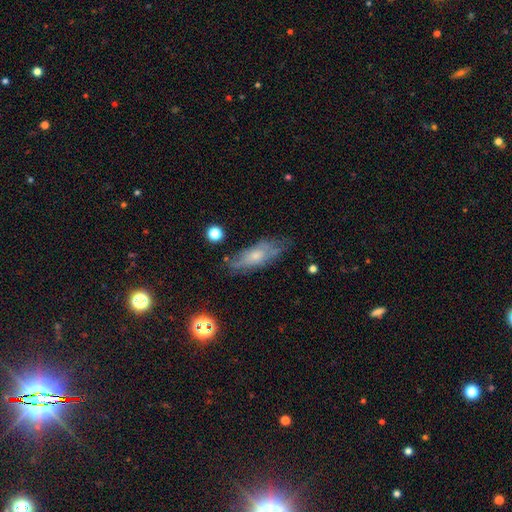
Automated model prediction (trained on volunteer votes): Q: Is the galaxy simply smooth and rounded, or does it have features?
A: featured or disk — 46%.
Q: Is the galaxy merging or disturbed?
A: none — 61%.